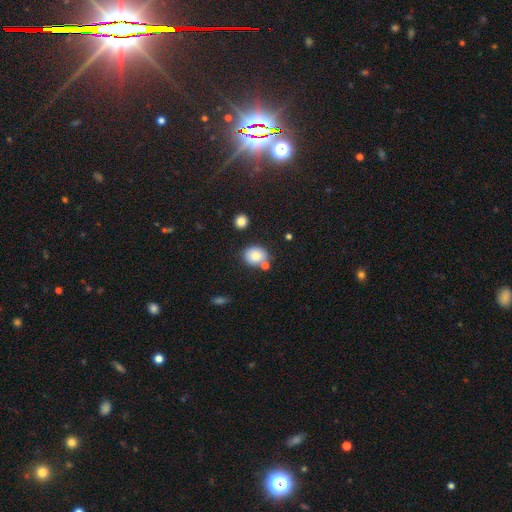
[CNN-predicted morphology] smooth_or_featured: smooth (p=0.80) [alt: featured or disk p=0.10]
how_rounded: round (p=0.64) [alt: in between p=0.35]
merging: none (p=0.68) [alt: merger p=0.16]